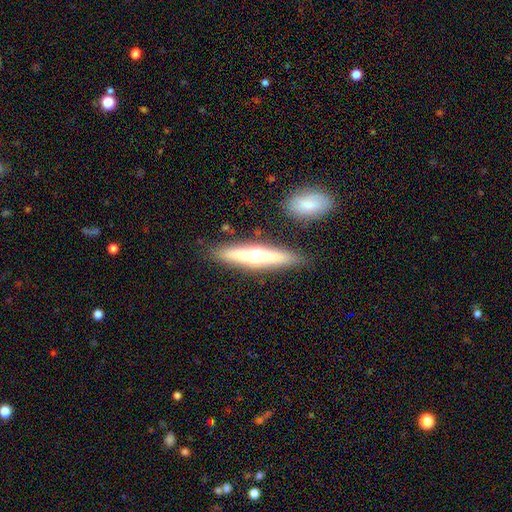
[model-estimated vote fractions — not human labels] Smooth or featured: featured or disk — 53% (smooth — 40%)
Edge-on disk: yes — 90% (no — 10%)
Merging: none — 84% (minor disturbance — 10%)